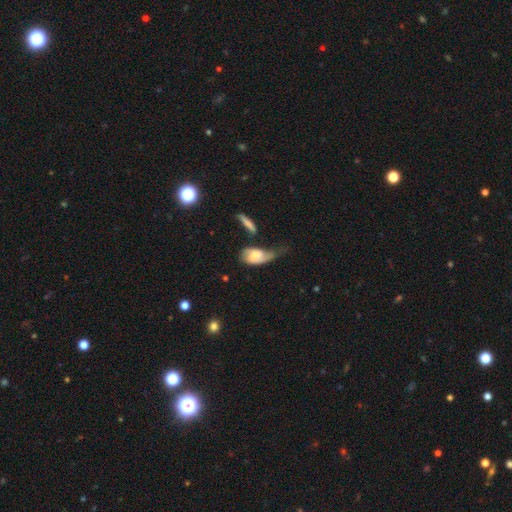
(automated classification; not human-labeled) Smooth or featured? smooth (55%)
How rounded? in between (86%)
Merging? major disturbance (40%)